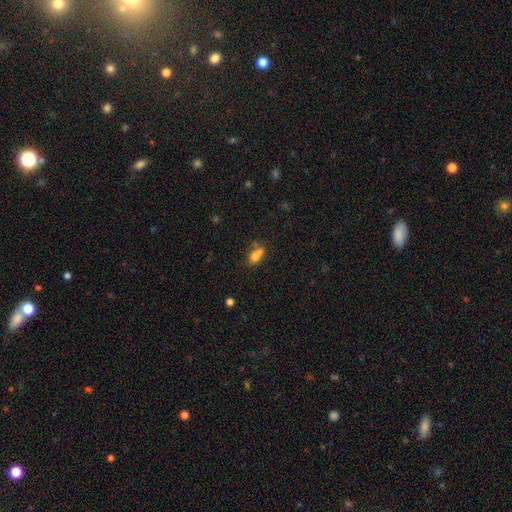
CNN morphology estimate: The model was most divided on "merging" (2-way tie): merger: 37%, none: 37%, minor disturbance: 18%, major disturbance: 8%. More confident: smooth or featured — smooth (75%); how rounded — in between (72%).